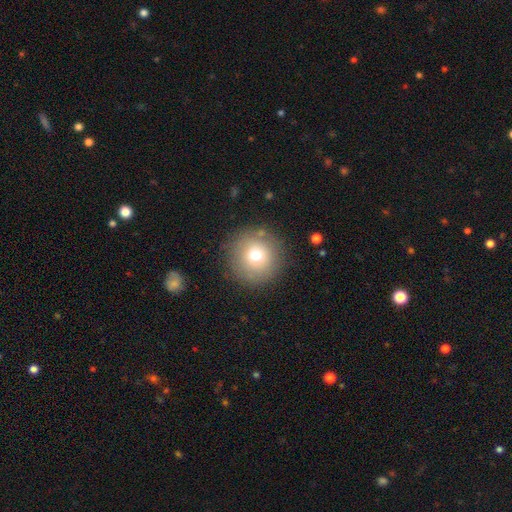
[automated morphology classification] A smooth galaxy with no disk features (72%) that is round (96%).

Vote fractions:
- Smooth or featured? smooth: 72% / featured or disk: 15% / star or artifact: 13%
- How rounded? round: 96% / in between: 4% / cigar-shaped: 1%
- Merging? none: 86% / minor disturbance: 8% / major disturbance: 4% / merger: 2%